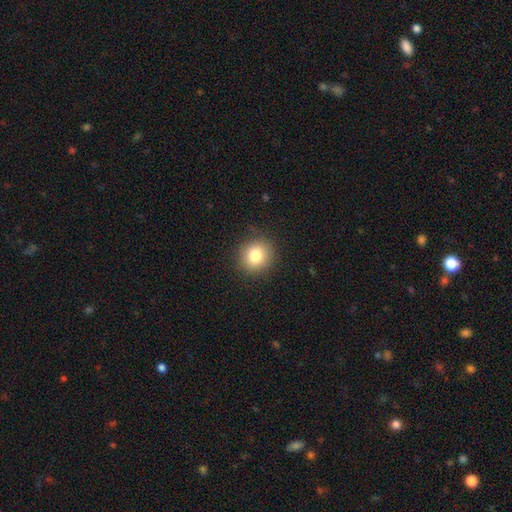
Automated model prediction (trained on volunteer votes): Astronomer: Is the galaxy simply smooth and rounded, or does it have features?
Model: smooth — 81%.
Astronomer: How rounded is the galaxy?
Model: round — 84%.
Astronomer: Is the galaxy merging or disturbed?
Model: none — 89%.